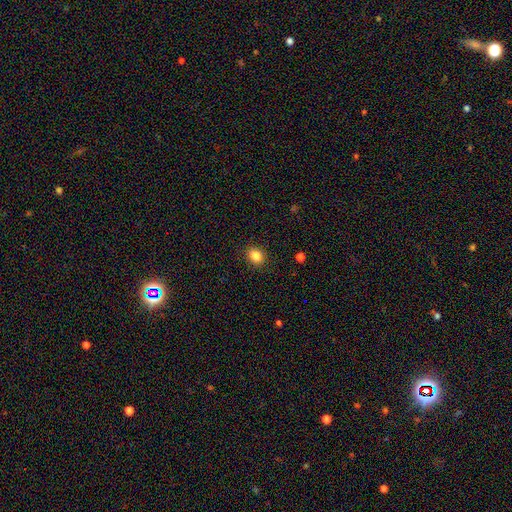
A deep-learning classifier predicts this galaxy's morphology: Smooth or featured?
  - smooth: 85% *
  - star or artifact: 11%
  - featured or disk: 5%
How rounded?
  - round: 56% *
  - in between: 43%
  - cigar-shaped: 1%
Merging?
  - none: 89% *
  - minor disturbance: 8%
  - major disturbance: 2%
  - merger: 1%